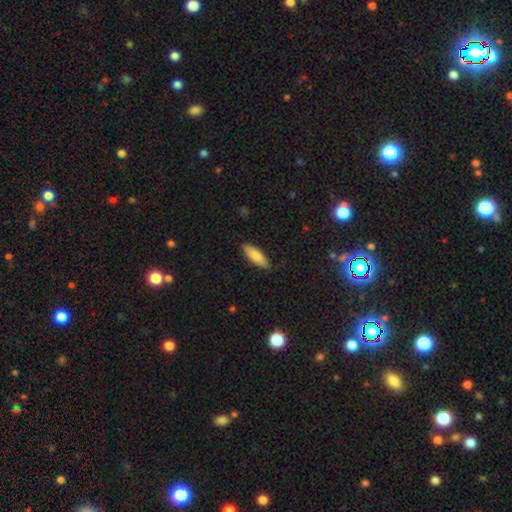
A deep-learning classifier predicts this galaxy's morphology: smooth-or-featured: smooth: 84% | featured or disk: 10% | star or artifact: 6%
  how-rounded: in between: 56% | cigar-shaped: 43% | round: 2%
  merging: none: 87% | minor disturbance: 10% | major disturbance: 2% | merger: 1%